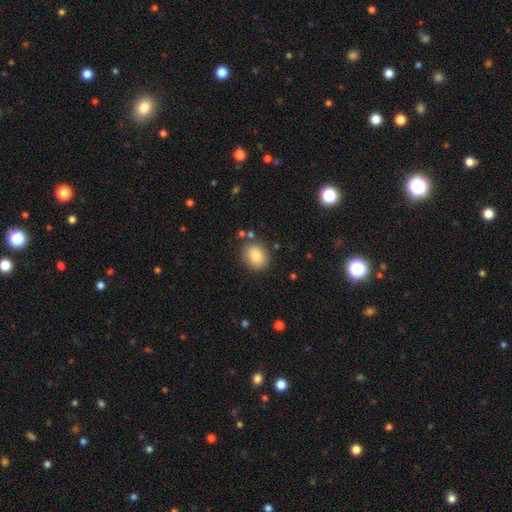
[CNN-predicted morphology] type=smooth (81%); roundness=round (60%); merging=none (83%).